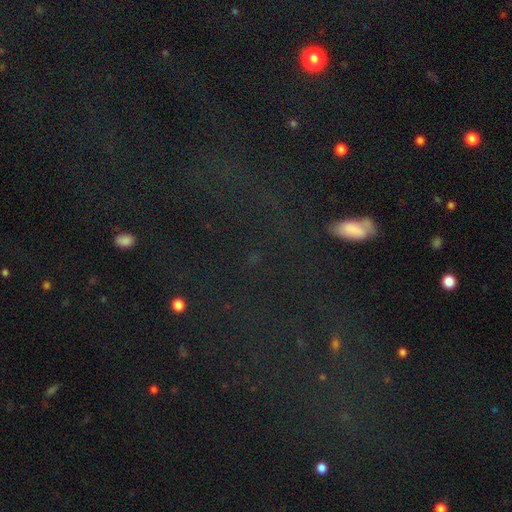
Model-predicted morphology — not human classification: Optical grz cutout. It shows a star or artifact, not a galaxy (57%).